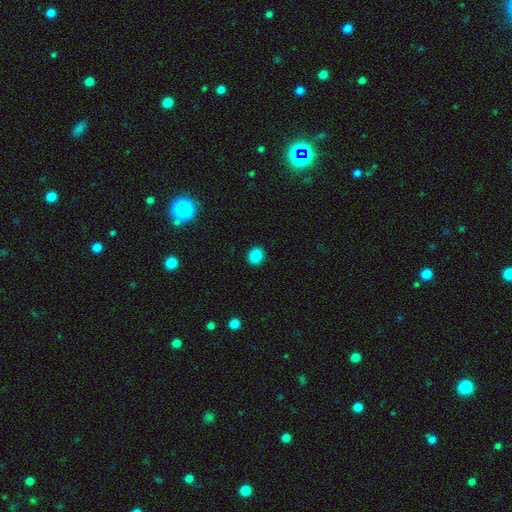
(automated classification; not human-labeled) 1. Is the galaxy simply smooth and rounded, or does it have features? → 86% smooth, 11% star or artifact, 3% featured or disk.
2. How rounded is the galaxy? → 67% round, 32% in between, 1% cigar-shaped.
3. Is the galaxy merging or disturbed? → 91% none, 6% minor disturbance, 2% major disturbance, 1% merger.